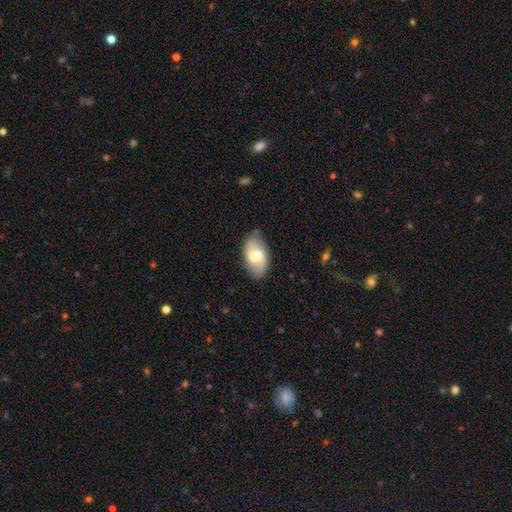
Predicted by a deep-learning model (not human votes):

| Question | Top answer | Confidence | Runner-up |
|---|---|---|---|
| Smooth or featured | featured or disk | 63% | smooth (31%) |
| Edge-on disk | no | 96% | yes (4%) |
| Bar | weak | 57% | no (23%) |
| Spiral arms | yes | 86% | no (14%) |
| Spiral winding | loose | 45% | medium (40%) |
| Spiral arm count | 2 | 88% | can't tell (7%) |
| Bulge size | moderate | 50% | small (21%) |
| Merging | none | 80% | minor disturbance (15%) |